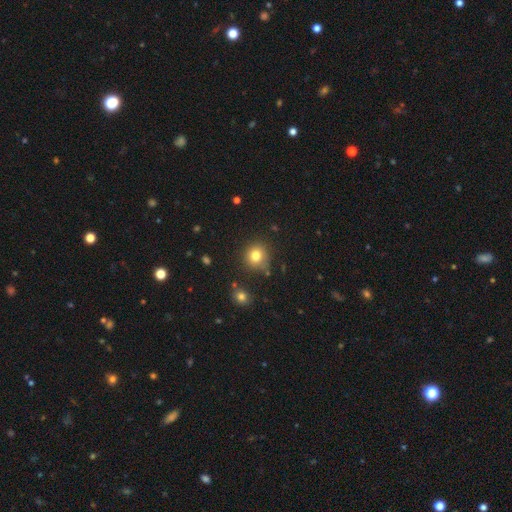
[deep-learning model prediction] Morphology: type=smooth (79%); roundness=round (89%); merging=none (81%).